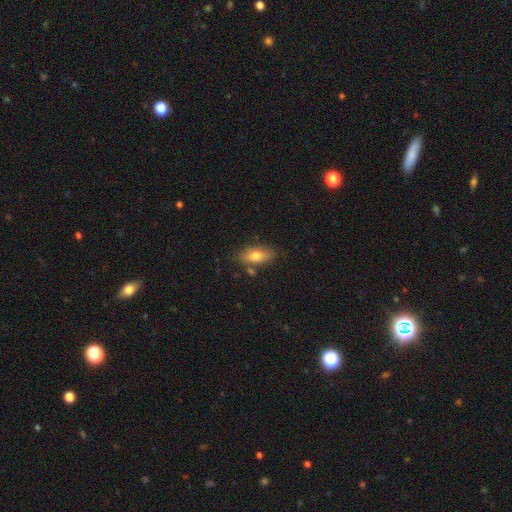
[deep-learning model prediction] Q: Smooth or featured?
A: smooth (72%); runner-up: featured or disk (21%)
Q: How rounded?
A: in between (81%); runner-up: cigar-shaped (14%)
Q: Merging?
A: none (76%); runner-up: minor disturbance (15%)